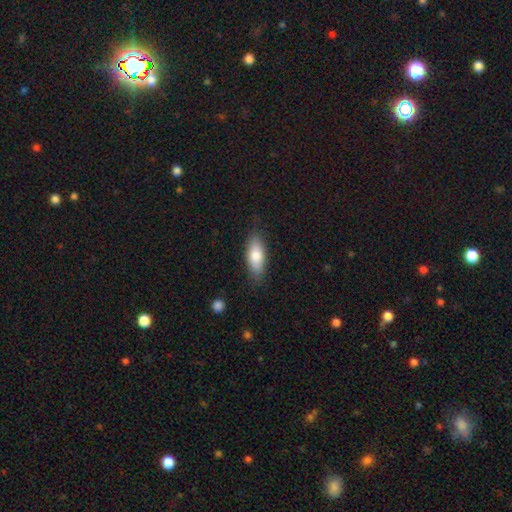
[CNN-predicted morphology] A smooth galaxy with no disk features (78%) that is in between round and cigar-shaped (73%). Merging: none (82%).